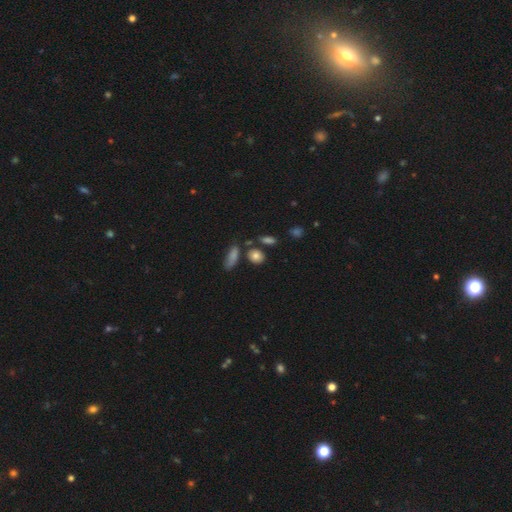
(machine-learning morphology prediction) A smooth galaxy with no disk features (82%) that is in between round and cigar-shaped (49%).

Vote fractions:
- Smooth or featured? smooth: 82% / star or artifact: 10% / featured or disk: 8%
- How rounded? in between: 49% / round: 46% / cigar-shaped: 5%
- Merging? none: 72% / minor disturbance: 12% / merger: 12% / major disturbance: 4%